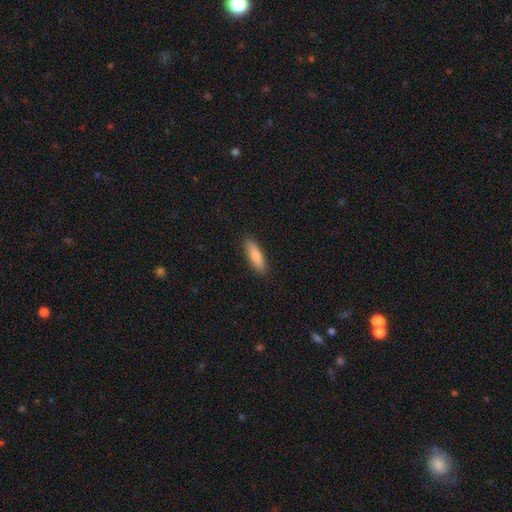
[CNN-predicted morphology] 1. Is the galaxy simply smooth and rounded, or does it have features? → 84% smooth, 10% featured or disk, 6% star or artifact.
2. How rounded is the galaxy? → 61% cigar-shaped, 37% in between, 2% round.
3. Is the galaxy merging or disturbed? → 90% none, 8% minor disturbance, 2% major disturbance, 1% merger.